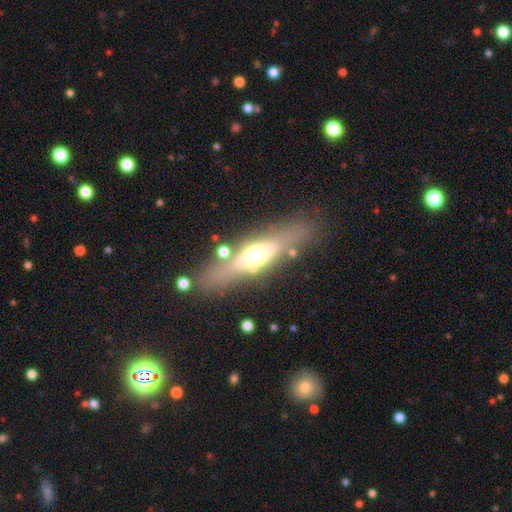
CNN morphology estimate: Q: Smooth or featured?
A: featured or disk (54%); runner-up: smooth (38%)
Q: Edge-on disk?
A: yes (80%); runner-up: no (20%)
Q: Merging?
A: none (79%); runner-up: minor disturbance (12%)